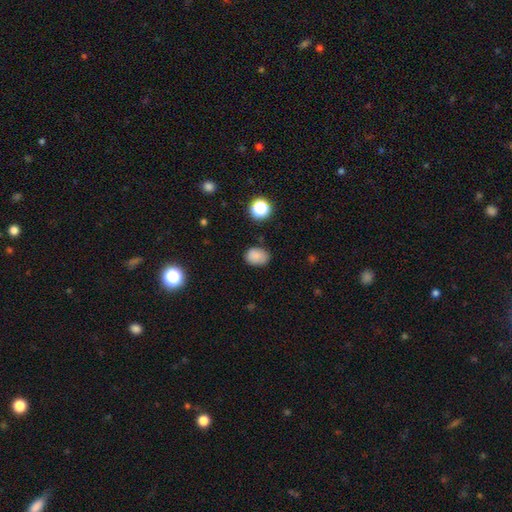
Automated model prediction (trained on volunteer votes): smooth_or_featured: smooth (p=0.82) [alt: star or artifact p=0.12]
how_rounded: in between (p=0.65) [alt: round p=0.34]
merging: none (p=0.74) [alt: minor disturbance p=0.20]